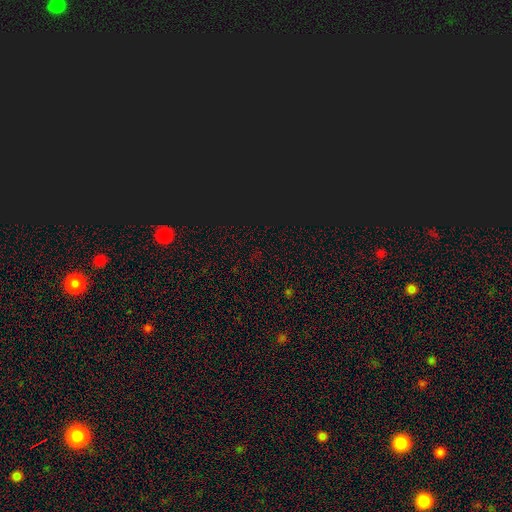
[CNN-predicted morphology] smooth-or-featured: star or artifact: 75% | smooth: 18% | featured or disk: 7%